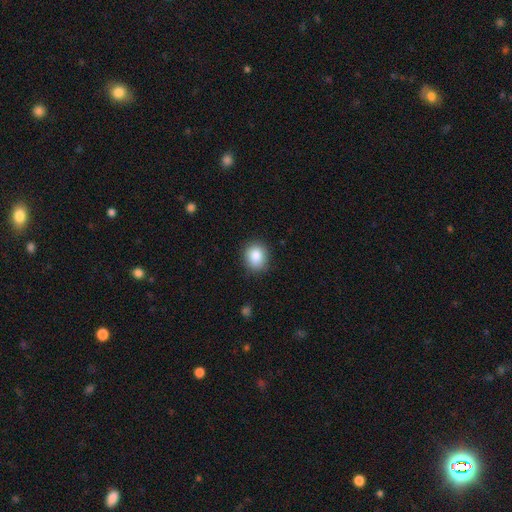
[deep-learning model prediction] The model was most divided on "how rounded": round: 67%, in between: 32%, cigar-shaped: 1%. More confident: smooth or featured — smooth (86%); merging — none (86%).